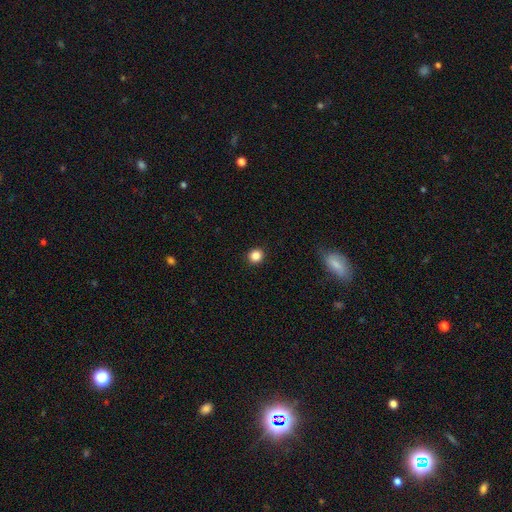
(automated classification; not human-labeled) A smooth galaxy with no disk features (85%) that is round (89%).

Vote fractions:
- Smooth or featured? smooth: 85% / star or artifact: 11% / featured or disk: 4%
- How rounded? round: 89% / in between: 10% / cigar-shaped: 1%
- Merging? none: 92% / minor disturbance: 5% / major disturbance: 2% / merger: 1%